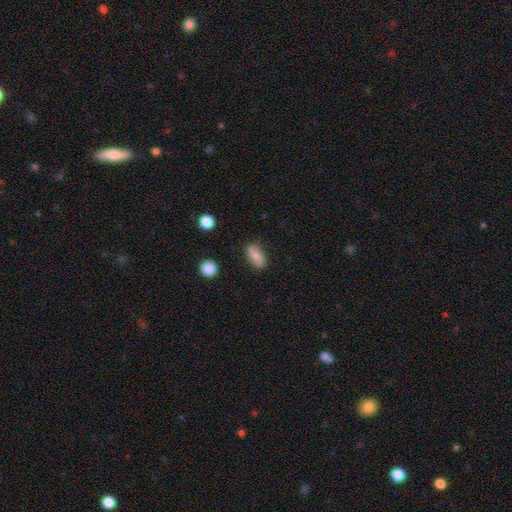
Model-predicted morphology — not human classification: This appears to be a smooth galaxy with no disk features (75%) that is in between round and cigar-shaped (86%). Merging: none (83%).